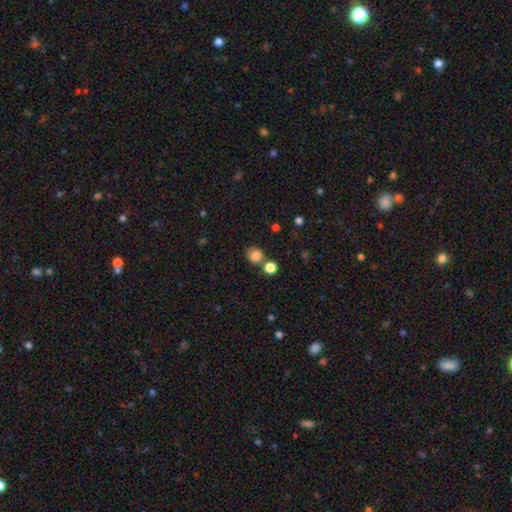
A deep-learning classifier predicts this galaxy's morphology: Smooth or featured: smooth — 82% (star or artifact — 11%)
How rounded: round — 78% (in between — 21%)
Merging: none — 64% (merger — 19%)